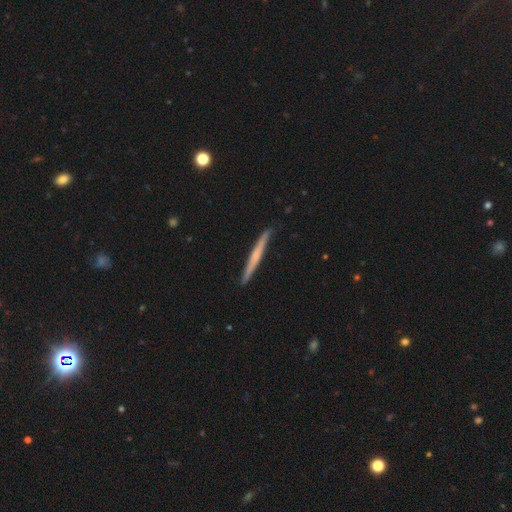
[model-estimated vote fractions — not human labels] Overall: featured or disk (52%; smooth 43%). Edge-on disk: yes (97%). Edge-on bulge: none (66%; rounded 26%). Merging: none (89%).